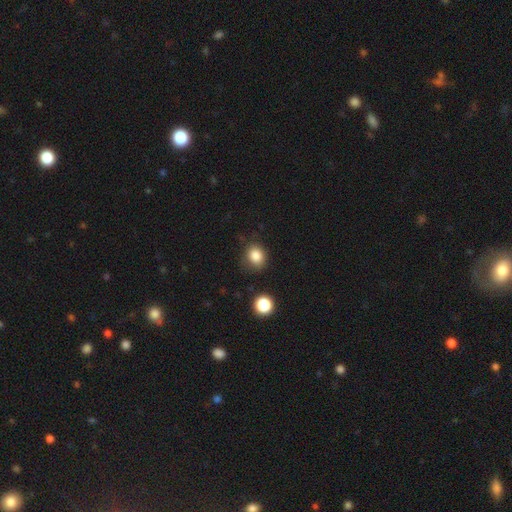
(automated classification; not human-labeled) Smooth or featured? Predicted: smooth (p=0.84). How rounded? Predicted: round (p=0.69). Merging? Predicted: none (p=0.76).